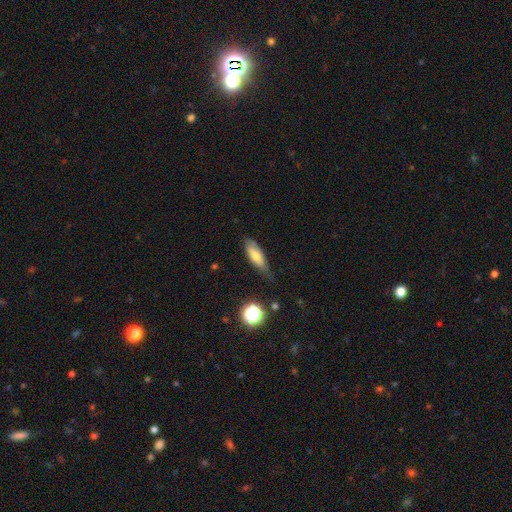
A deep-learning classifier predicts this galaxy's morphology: type=smooth (64%); roundness=in between (58%); merging=none (65%).